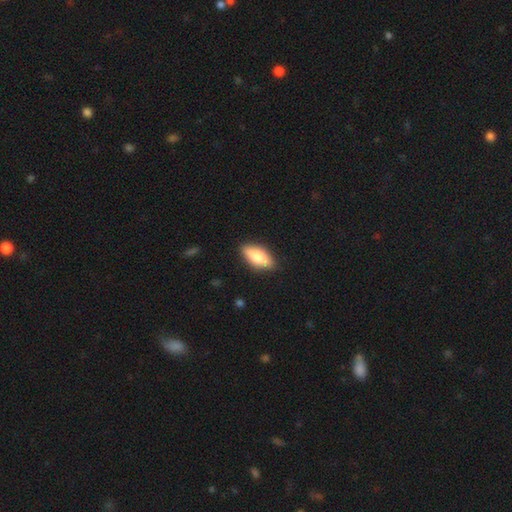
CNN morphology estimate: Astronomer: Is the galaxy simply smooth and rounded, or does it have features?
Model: smooth — 70%.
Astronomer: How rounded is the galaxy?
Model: in between — 80%.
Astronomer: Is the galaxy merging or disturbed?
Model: none — 87%.